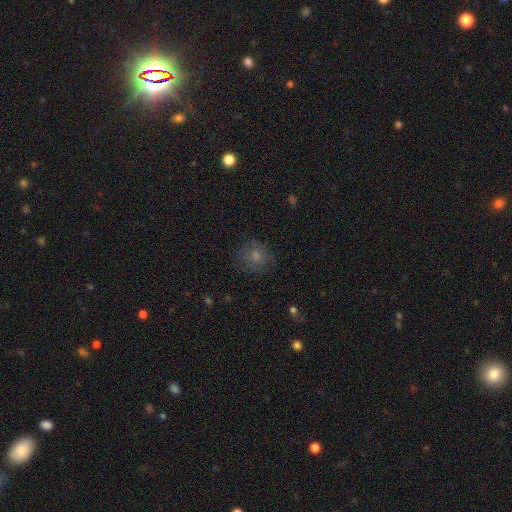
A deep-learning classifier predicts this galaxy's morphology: type=smooth (55%); roundness=round (88%); merging=none (81%).